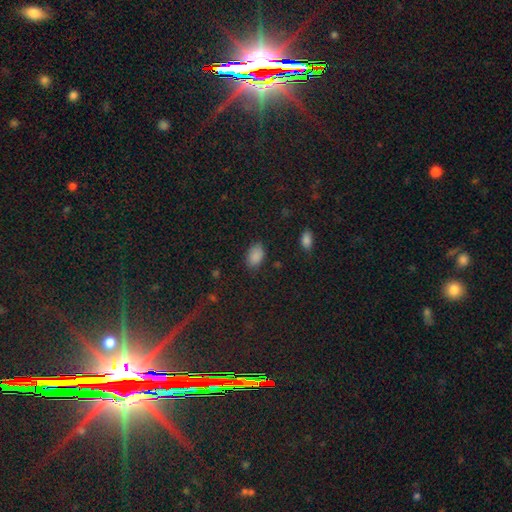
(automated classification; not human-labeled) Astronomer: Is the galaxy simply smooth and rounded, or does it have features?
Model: smooth — 86%.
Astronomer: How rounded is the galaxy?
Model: in between — 89%.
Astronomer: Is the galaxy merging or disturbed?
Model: none — 80%.